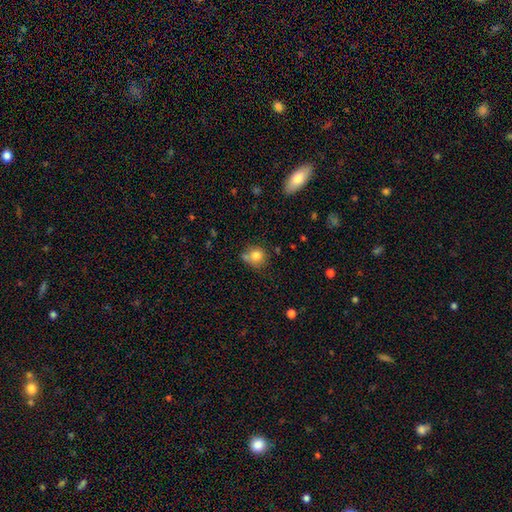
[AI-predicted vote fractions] A smooth galaxy with no disk features (80%) that is round (82%). Merging: none (57%).